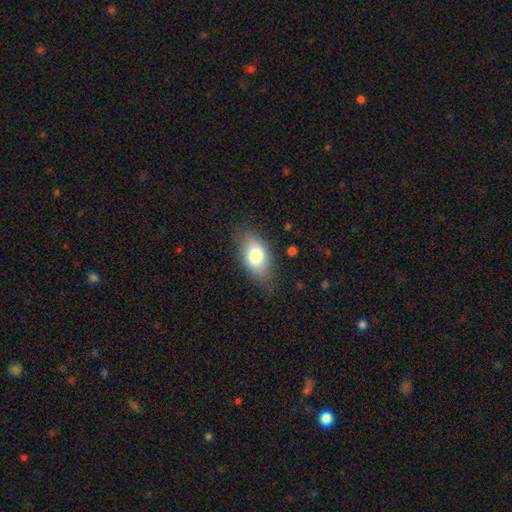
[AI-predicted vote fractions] A smooth galaxy with no disk features (78%) that is in between round and cigar-shaped (90%). Merging: none (77%).